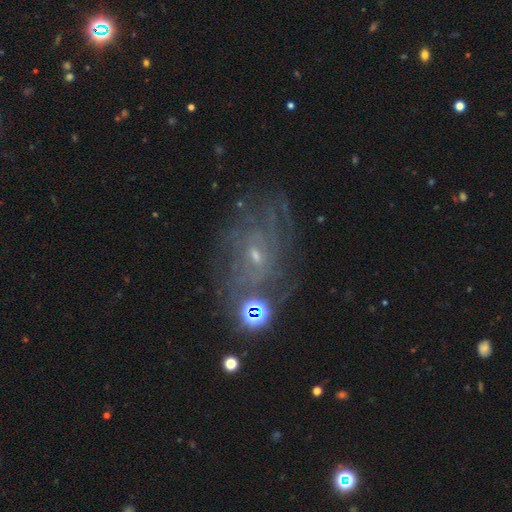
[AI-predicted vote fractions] This appears to be a featured or disk galaxy (60%) with no bar (74%), spiral arms (69%) and a small central bulge (80%). Merging: none (67%).